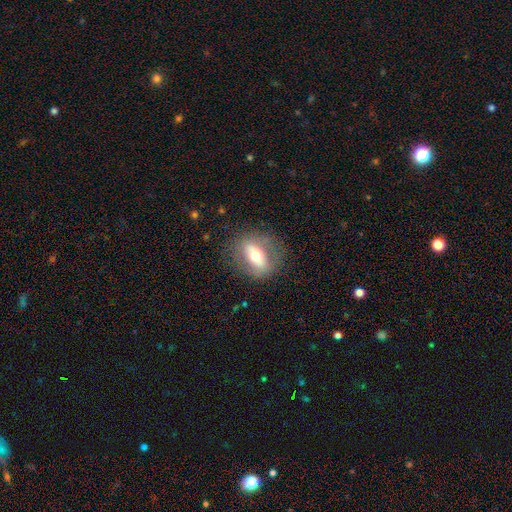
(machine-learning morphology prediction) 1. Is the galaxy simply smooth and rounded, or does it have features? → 46% smooth (tied), 46% featured or disk (tied), 8% star or artifact.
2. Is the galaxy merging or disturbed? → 79% none, 13% minor disturbance, 7% major disturbance, 1% merger.